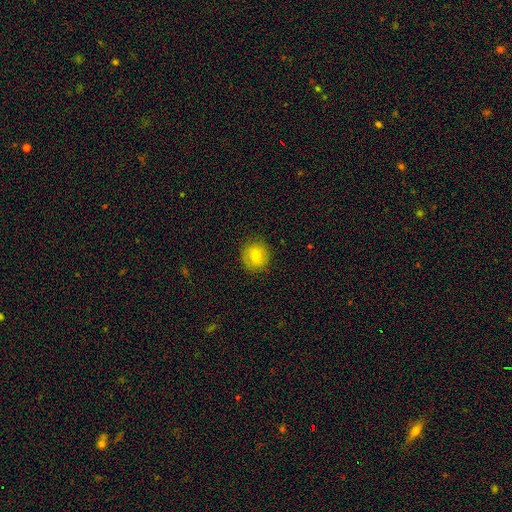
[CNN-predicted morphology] This appears to be a smooth galaxy with no disk features (74%) that is round (85%). Merging: none (86%).